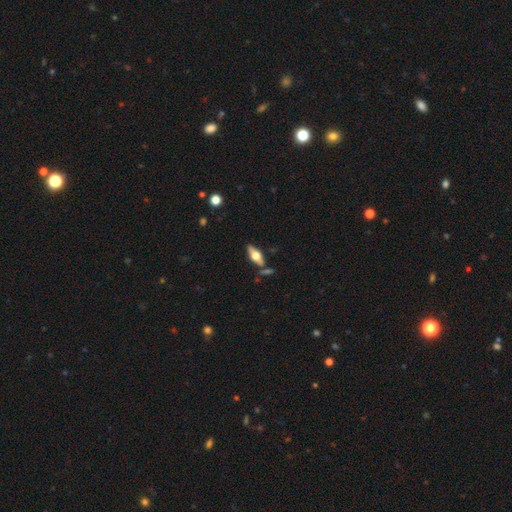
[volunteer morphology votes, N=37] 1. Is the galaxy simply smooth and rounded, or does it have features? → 49% smooth, 46% featured or disk, 5% star or artifact.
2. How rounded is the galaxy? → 67% in between, 33% cigar-shaped, 0% round.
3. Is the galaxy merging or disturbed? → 77% none, 14% minor disturbance, 6% merger, 3% major disturbance.